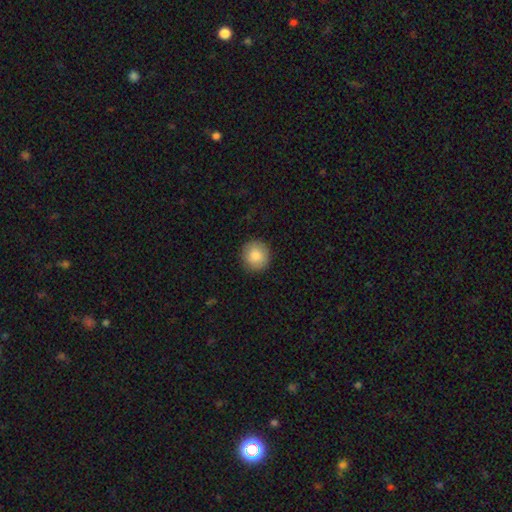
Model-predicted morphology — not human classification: Smooth or featured? Predicted: smooth (p=0.85). How rounded? Predicted: round (p=0.93). Merging? Predicted: none (p=0.90).